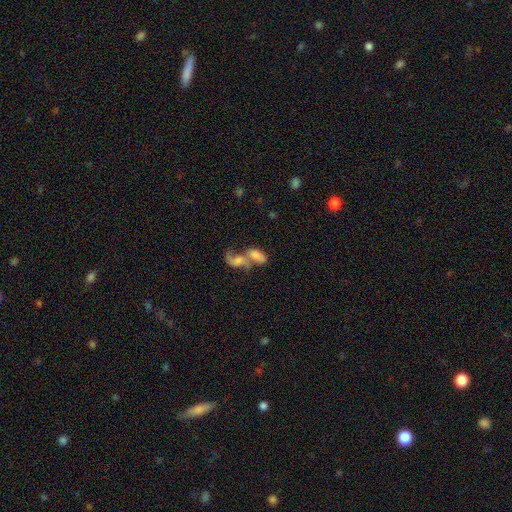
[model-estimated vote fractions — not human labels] Smooth or featured? smooth (60%)
How rounded? in between (87%)
Merging? merger (73%)